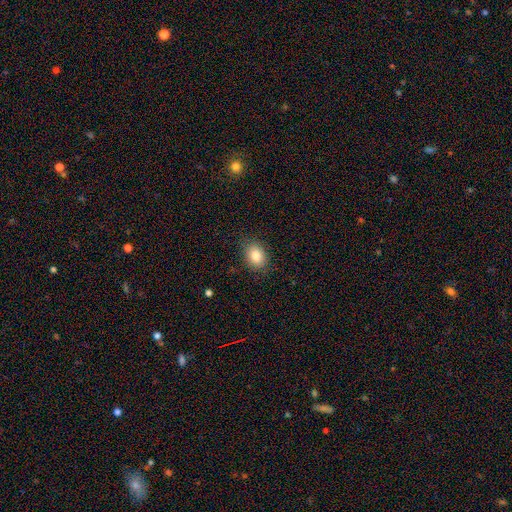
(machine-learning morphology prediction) The model was most divided on "how rounded": in between: 68%, round: 31%, cigar-shaped: 1%. More confident: smooth or featured — smooth (83%); merging — none (82%).